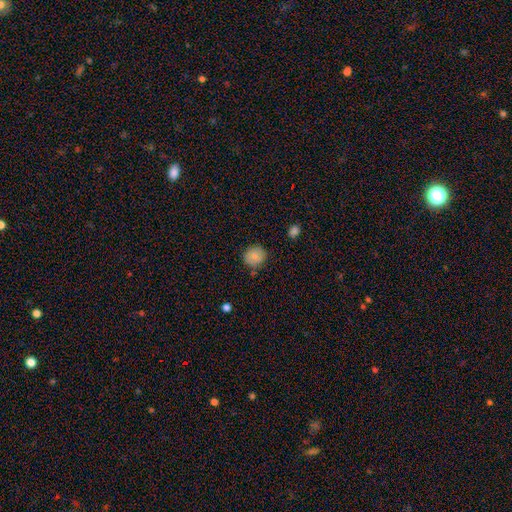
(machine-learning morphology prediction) Q: Smooth or featured?
A: smooth (84%); runner-up: star or artifact (9%)
Q: How rounded?
A: round (82%); runner-up: in between (17%)
Q: Merging?
A: none (80%); runner-up: minor disturbance (14%)